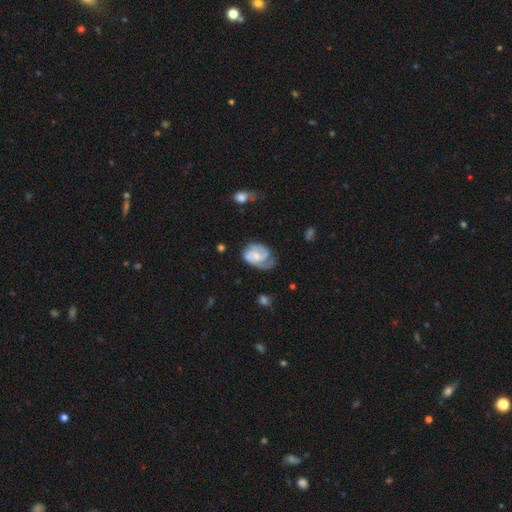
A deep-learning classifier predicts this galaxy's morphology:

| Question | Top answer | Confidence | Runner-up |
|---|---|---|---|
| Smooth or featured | featured or disk | 79% | smooth (15%) |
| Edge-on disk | no | 98% | yes (2%) |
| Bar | no | 54% | weak (39%) |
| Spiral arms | yes | 95% | no (5%) |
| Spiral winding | tight | 46% | medium (41%) |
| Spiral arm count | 2 | 65% | can't tell (12%) |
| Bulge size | small | 46% | moderate (38%) |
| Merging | none | 57% | minor disturbance (27%) |